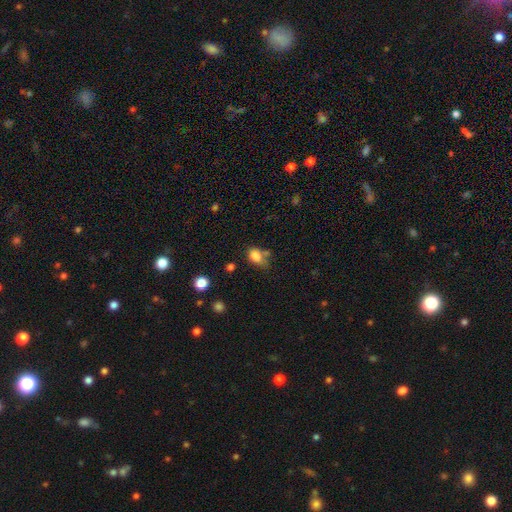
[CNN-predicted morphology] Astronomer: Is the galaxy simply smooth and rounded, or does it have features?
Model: smooth — 83%.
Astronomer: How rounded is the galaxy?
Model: in between — 73%.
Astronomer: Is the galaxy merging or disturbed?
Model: none — 50% (runner-up: minor disturbance, 25%).